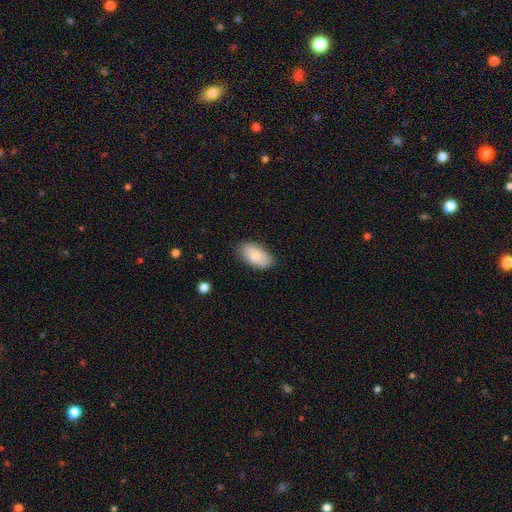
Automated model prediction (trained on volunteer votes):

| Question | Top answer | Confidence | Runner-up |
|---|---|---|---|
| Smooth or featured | smooth | 82% | featured or disk (11%) |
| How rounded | in between | 95% | round (3%) |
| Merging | none | 82% | minor disturbance (14%) |